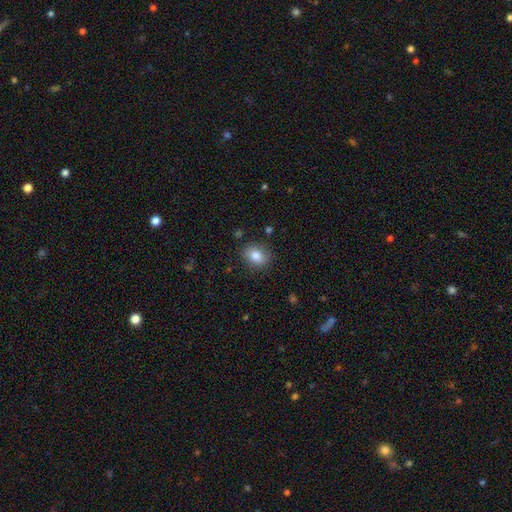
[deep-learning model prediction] Morphology: type=smooth (82%); roundness=in between (57%); merging=none (85%).